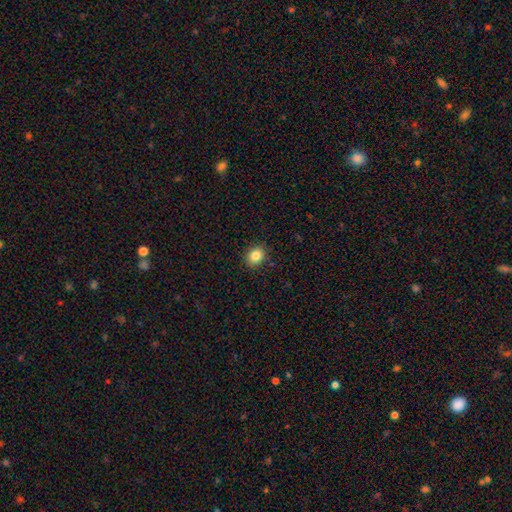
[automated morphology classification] Q: Smooth or featured?
A: smooth (84%); runner-up: star or artifact (10%)
Q: How rounded?
A: round (59%); runner-up: in between (40%)
Q: Merging?
A: none (89%); runner-up: minor disturbance (8%)